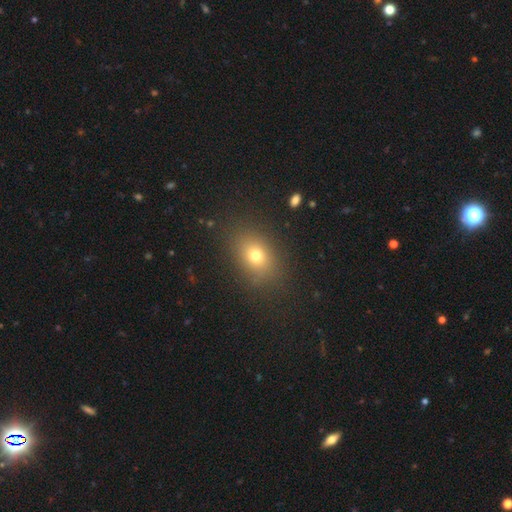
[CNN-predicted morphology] Smooth or featured? Predicted: smooth (p=0.72). How rounded? Predicted: in between (p=0.65). Merging? Predicted: none (p=0.84).